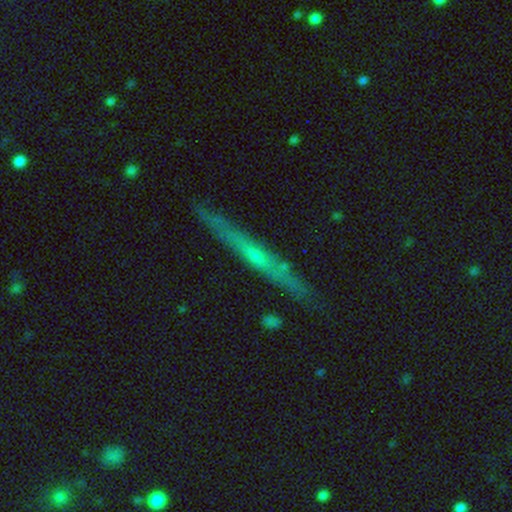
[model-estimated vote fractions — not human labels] This appears to be a featured or disk galaxy (62%) viewed edge-on (93%) with no central bulge (52%). Merging: none (82%).